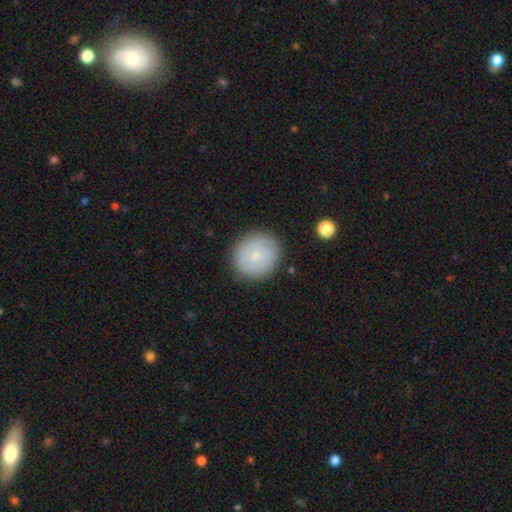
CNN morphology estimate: type=smooth (74%); roundness=round (88%); merging=none (86%).